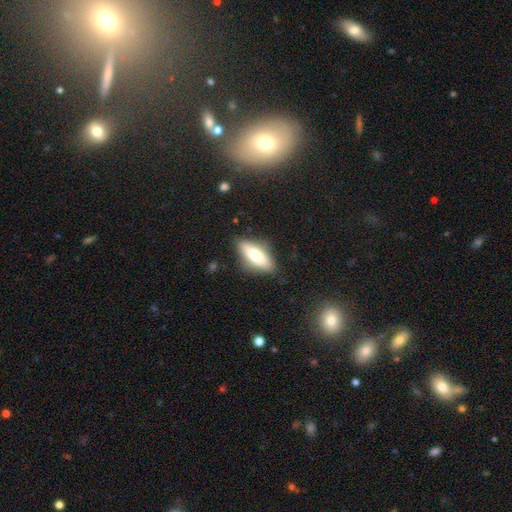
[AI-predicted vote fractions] This appears to be a smooth galaxy with no disk features (70%) that is in between round and cigar-shaped (70%). Merging: none (78%).